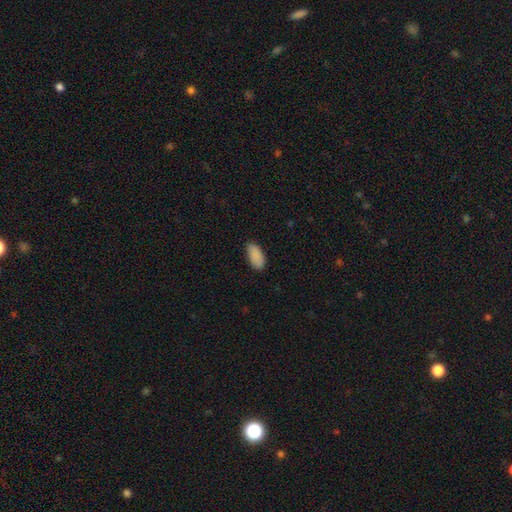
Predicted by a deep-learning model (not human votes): The model was most divided on "merging": none: 79%, minor disturbance: 17%, major disturbance: 3%, merger: 1%. More confident: how rounded — in between (91%); smooth or featured — smooth (89%).